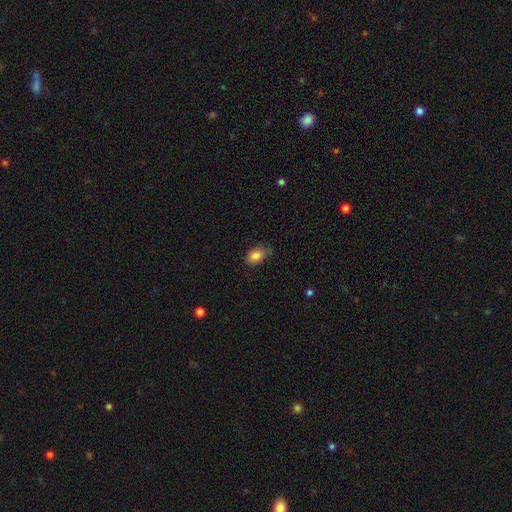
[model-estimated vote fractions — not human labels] Morphology: type=smooth (85%); roundness=in between (81%); merging=none (63%).